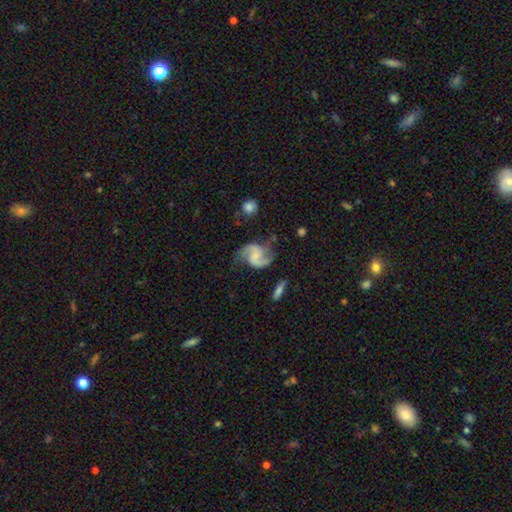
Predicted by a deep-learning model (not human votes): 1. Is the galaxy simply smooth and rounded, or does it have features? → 88% featured or disk, 7% smooth, 5% star or artifact.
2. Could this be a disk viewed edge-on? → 98% no, 2% yes.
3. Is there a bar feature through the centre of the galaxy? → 48% no, 41% weak, 11% strong.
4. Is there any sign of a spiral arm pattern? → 97% yes, 3% no.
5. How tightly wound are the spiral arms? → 48% medium, 41% loose, 11% tight.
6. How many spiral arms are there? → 93% 2, 2% can't tell, 2% 1, 1% 3, 1% 4, 1% more than 4.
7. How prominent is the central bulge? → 44% small, 31% none, 22% moderate, 3% large, 1% dominant.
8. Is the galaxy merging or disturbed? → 72% none, 18% minor disturbance, 8% major disturbance, 3% merger.